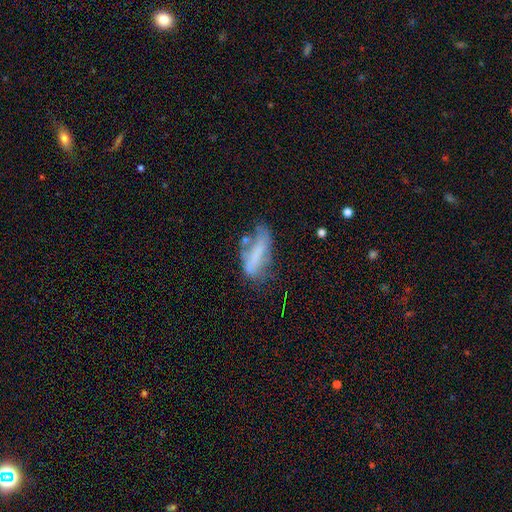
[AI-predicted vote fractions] Smooth or featured? smooth (54%)
How rounded? in between (60%)
Merging? none (34%)